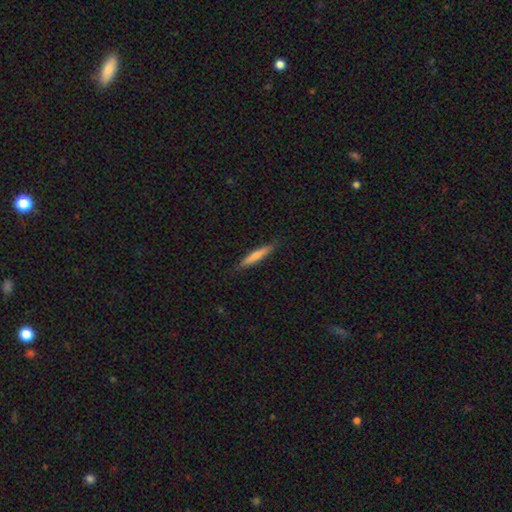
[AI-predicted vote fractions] Morphology: type=smooth (71%); roundness=cigar-shaped (92%); merging=none (87%).